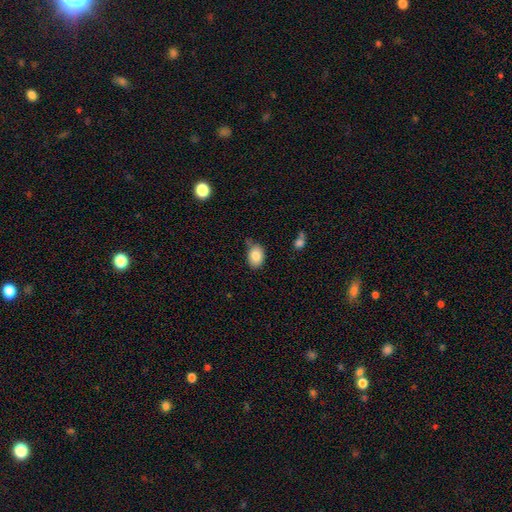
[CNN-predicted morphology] This appears to be a smooth galaxy with no disk features (84%) that is in between round and cigar-shaped (78%). Merging: none (67%).